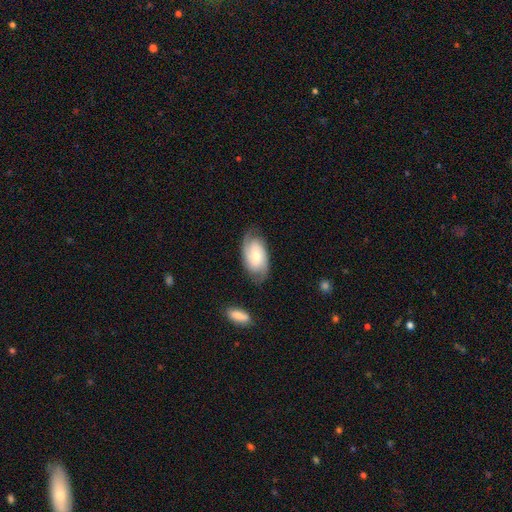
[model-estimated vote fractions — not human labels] Morphology: type=featured or disk (63%); edge-on=no (94%); bar=no (53%); spiral arms=yes (89%); winding=tight (48%); arm count=2 (72%); bulge=moderate (59%); merging=none (74%).